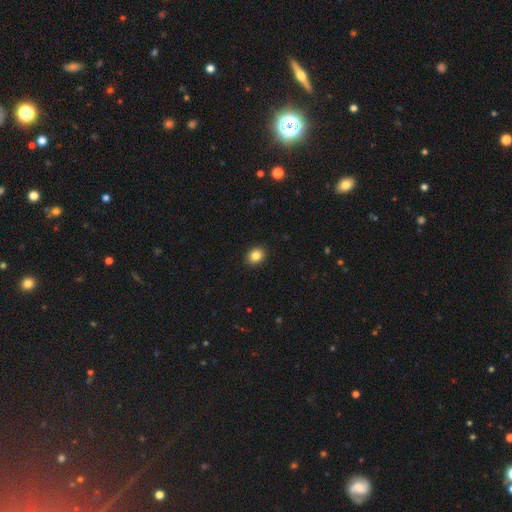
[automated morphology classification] Overall: smooth (85%). How rounded: round (50%; in between 49%). Merging: none (91%).